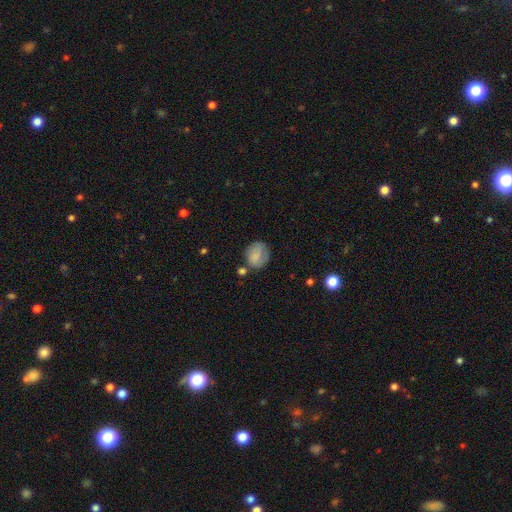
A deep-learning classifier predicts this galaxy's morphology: smooth-or-featured: smooth: 75% | featured or disk: 16% | star or artifact: 9%
  how-rounded: round: 68% | in between: 31% | cigar-shaped: 1%
  merging: none: 55% | minor disturbance: 26% | major disturbance: 11% | merger: 8%